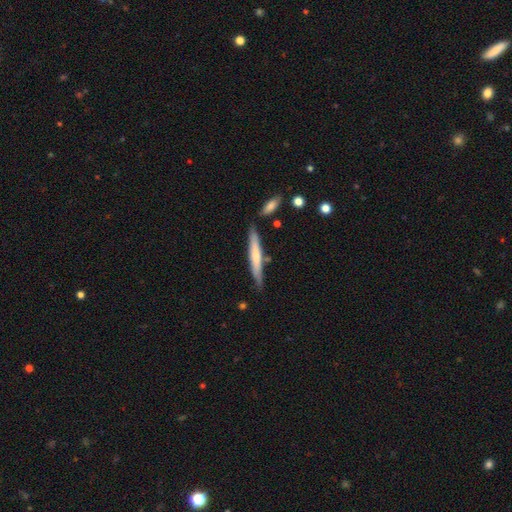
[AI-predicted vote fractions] Smooth or featured?
  - smooth: 57% *
  - featured or disk: 38%
  - star or artifact: 5%
How rounded?
  - cigar-shaped: 92% *
  - in between: 7%
  - round: 1%
Merging?
  - none: 77% *
  - minor disturbance: 14%
  - merger: 6%
  - major disturbance: 3%